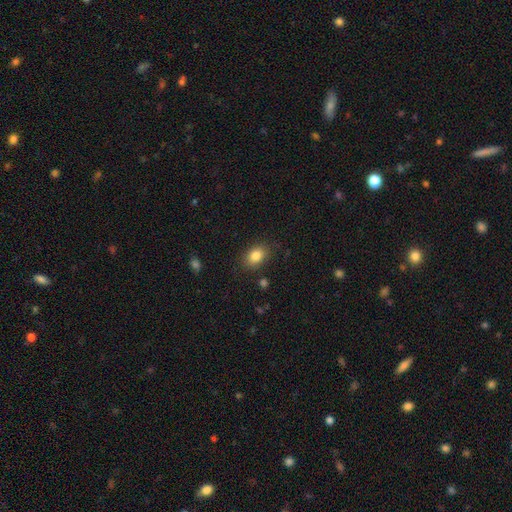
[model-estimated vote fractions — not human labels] Smooth or featured?
  - smooth: 84% *
  - star or artifact: 9%
  - featured or disk: 7%
How rounded?
  - in between: 76% *
  - round: 23%
  - cigar-shaped: 1%
Merging?
  - none: 83% *
  - minor disturbance: 12%
  - major disturbance: 3%
  - merger: 2%